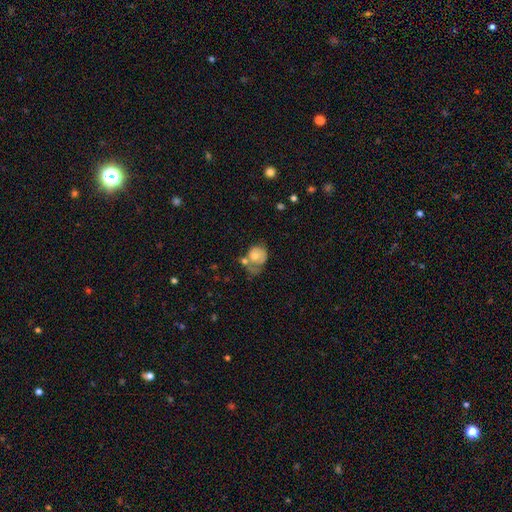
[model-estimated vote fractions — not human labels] smooth 61%, featured or disk 31%, star or artifact 8%. Down the decision tree: how rounded — round (66%); merging — merger (29%).